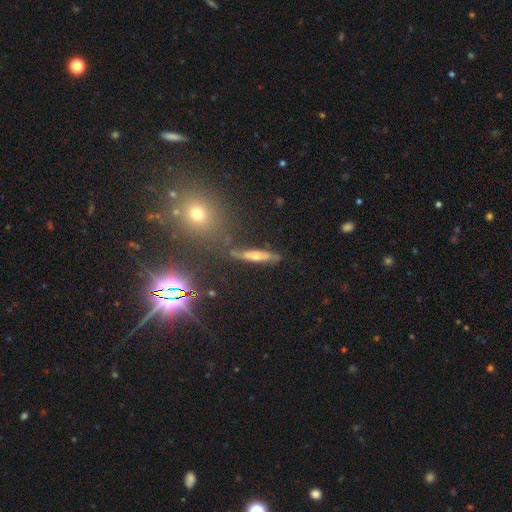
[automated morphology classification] The model was most divided on "smooth or featured": featured or disk: 42%, star or artifact: 30%, smooth: 28%. More confident: merging — none (75%).